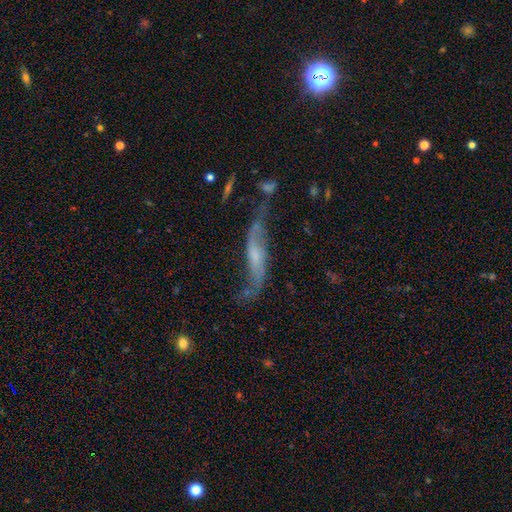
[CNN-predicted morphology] The model was most divided on "bar": no: 49%, weak: 35%, strong: 16%. Remaining: spiral arms — yes (87%); smooth or featured — featured or disk (76%); edge-on disk — no (70%); bulge size — small (53%); merging — none (43%).